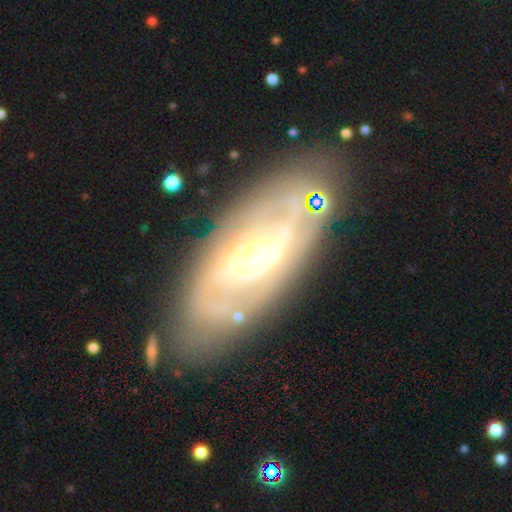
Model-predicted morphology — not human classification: A featured or disk galaxy (80%) with a weak bar (45%), 2 (50%) tight (45%) spiral arms (85%) and a moderate central bulge (50%). Merging: none (79%).